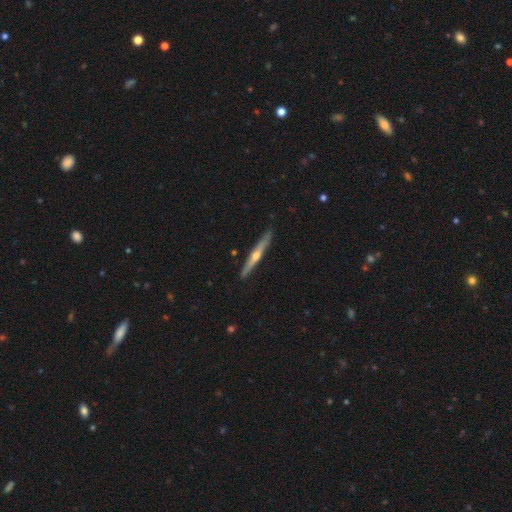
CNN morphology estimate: Q: Smooth or featured?
A: featured or disk (71%); runner-up: smooth (23%)
Q: Edge-on disk?
A: yes (97%); runner-up: no (3%)
Q: Edge-on bulge?
A: rounded (85%); runner-up: none (12%)
Q: Merging?
A: none (90%); runner-up: minor disturbance (8%)